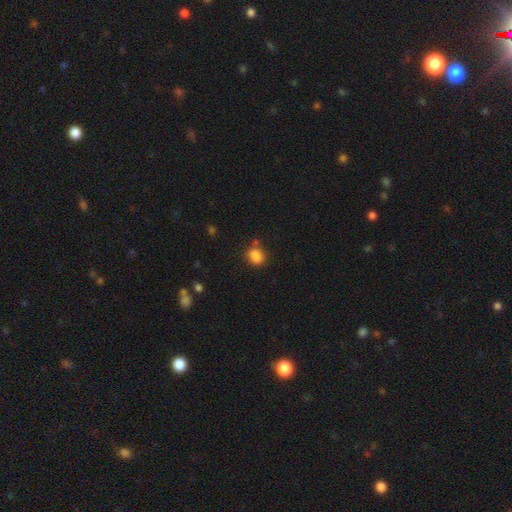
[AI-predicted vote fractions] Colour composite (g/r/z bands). It shows a smooth galaxy with no disk features (85%) that is in between round and cigar-shaped (54%). Merging: none (67%).